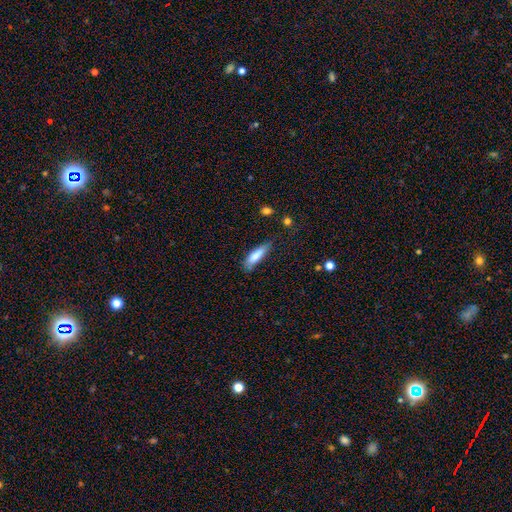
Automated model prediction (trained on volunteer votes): Morphology: type=smooth (81%); roundness=cigar-shaped (58%); merging=none (65%).